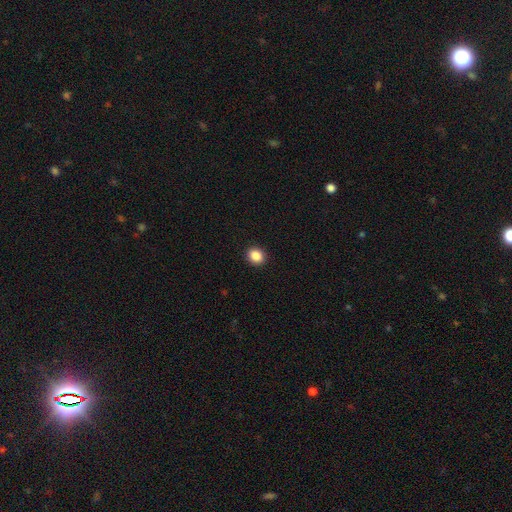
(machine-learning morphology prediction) smooth_or_featured: smooth (p=0.87) [alt: star or artifact p=0.10]
how_rounded: round (p=0.71) [alt: in between p=0.28]
merging: none (p=0.92) [alt: minor disturbance p=0.05]